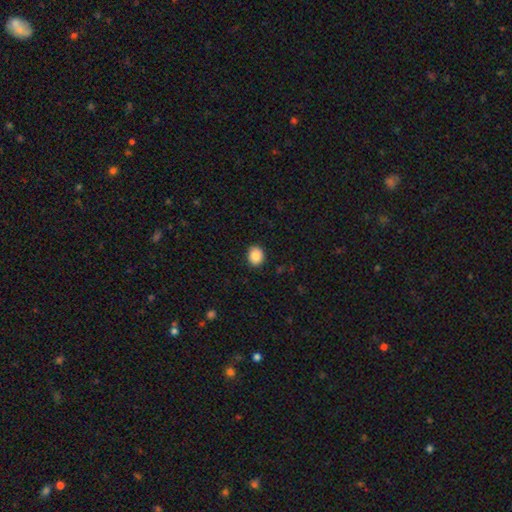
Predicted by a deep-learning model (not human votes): Smooth or featured?
  - smooth: 87% *
  - star or artifact: 9%
  - featured or disk: 4%
How rounded?
  - round: 63% *
  - in between: 36%
  - cigar-shaped: 1%
Merging?
  - none: 90% *
  - minor disturbance: 7%
  - major disturbance: 2%
  - merger: 1%